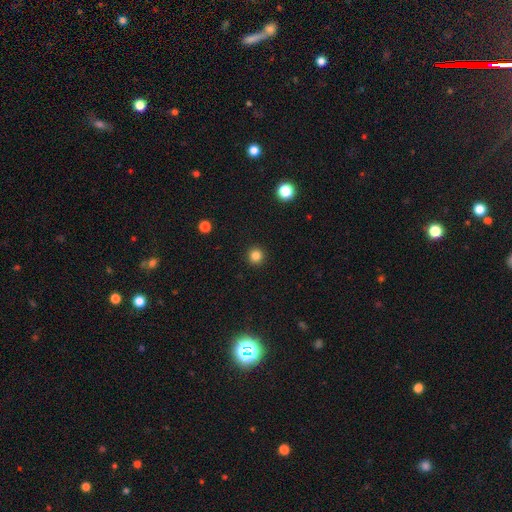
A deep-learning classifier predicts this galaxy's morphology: smooth_or_featured: smooth (p=0.84) [alt: star or artifact p=0.12]
how_rounded: round (p=0.95) [alt: in between p=0.04]
merging: none (p=0.93) [alt: minor disturbance p=0.04]